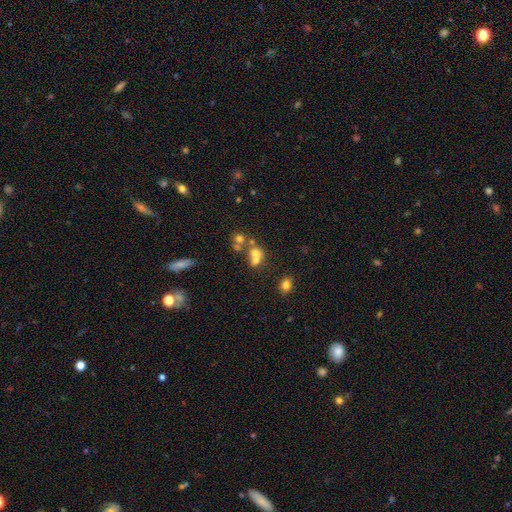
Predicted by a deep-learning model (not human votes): smooth-or-featured: smooth: 58% | featured or disk: 24% | star or artifact: 18%
  how-rounded: round: 69% | in between: 30% | cigar-shaped: 1%
  merging: merger: 53% | none: 33% | minor disturbance: 8% | major disturbance: 6%